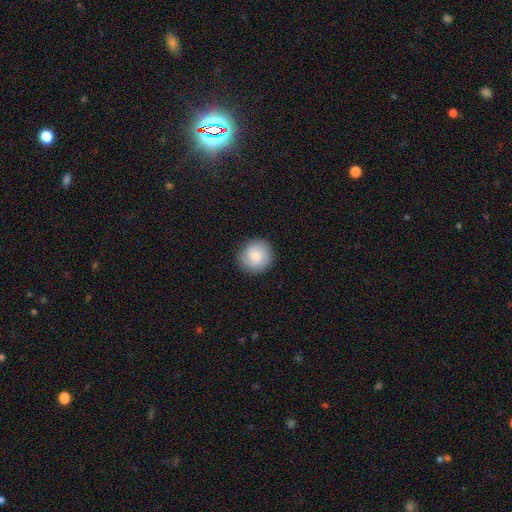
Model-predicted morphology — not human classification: Smooth or featured? smooth (67%)
How rounded? round (92%)
Merging? none (87%)